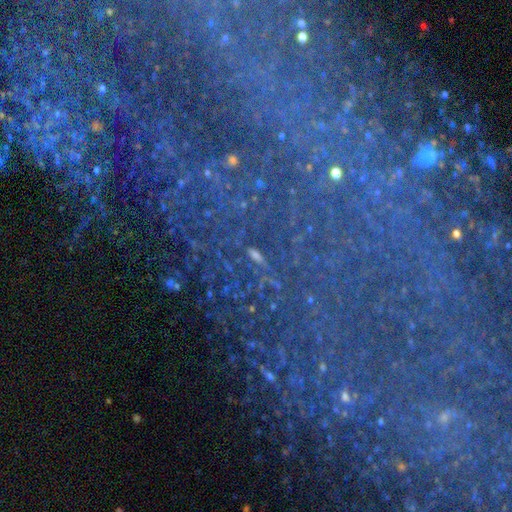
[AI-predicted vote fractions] Smooth or featured: star or artifact — 80% (smooth — 10%)